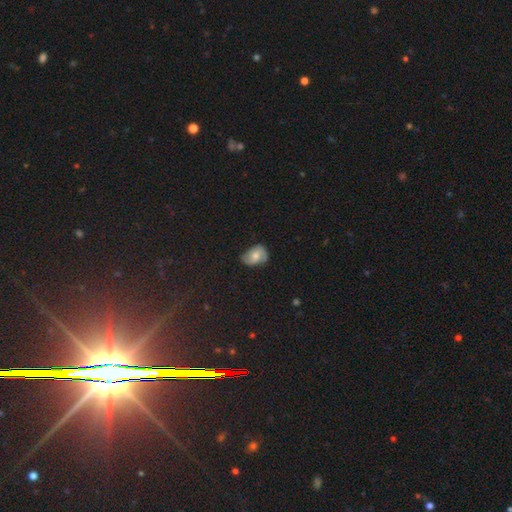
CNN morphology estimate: smooth 48%, featured or disk 43%, star or artifact 9%. Down the decision tree: merging — none (62%).